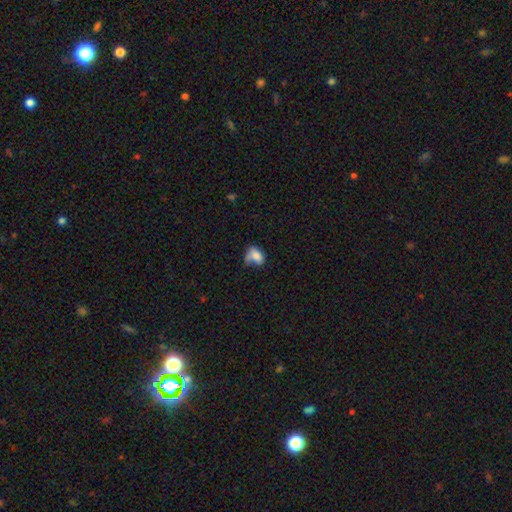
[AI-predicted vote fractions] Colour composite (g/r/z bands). It shows a smooth galaxy with no disk features (73%) that is in between round and cigar-shaped (80%). Merging: none (32%).